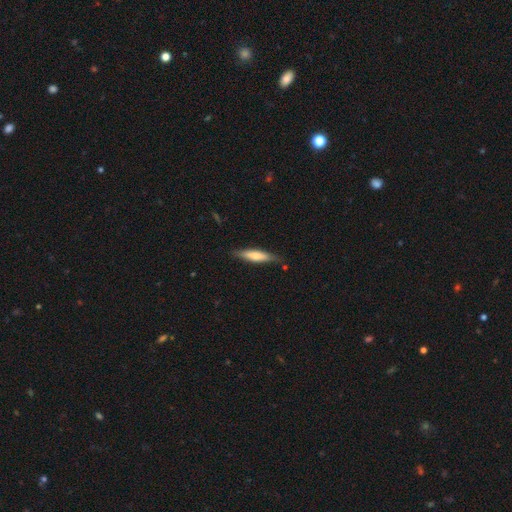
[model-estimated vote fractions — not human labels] Smooth or featured? Predicted: smooth (p=0.60). How rounded? Predicted: cigar-shaped (p=0.80). Merging? Predicted: none (p=0.82).